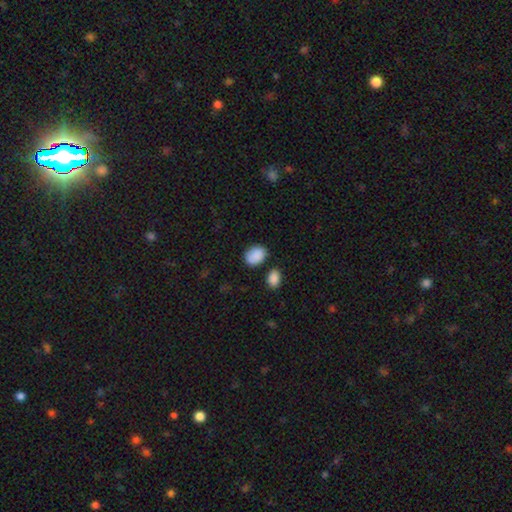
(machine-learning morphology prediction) A smooth galaxy with no disk features (88%) that is in between round and cigar-shaped (69%).

Vote fractions:
- Smooth or featured? smooth: 88% / star or artifact: 8% / featured or disk: 4%
- How rounded? in between: 69% / round: 30% / cigar-shaped: 1%
- Merging? none: 75% / minor disturbance: 16% / merger: 6% / major disturbance: 4%